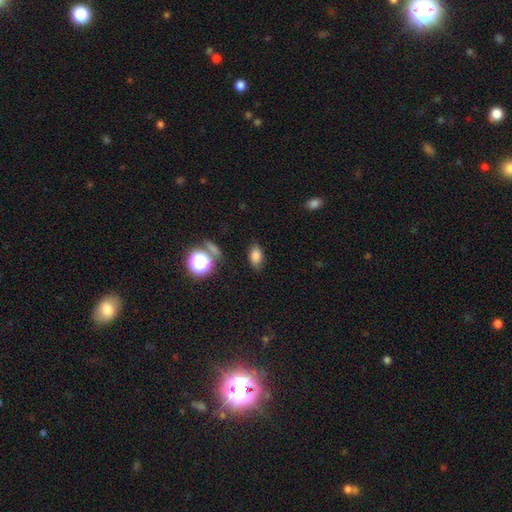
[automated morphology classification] smooth 78%, star or artifact 14%, featured or disk 8%. Down the decision tree: how rounded — in between (84%); merging — none (79%).